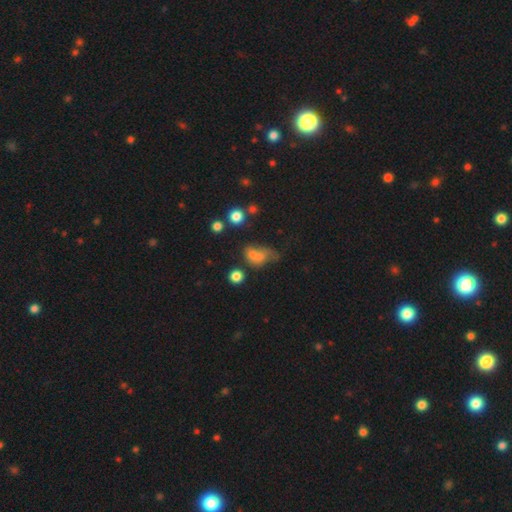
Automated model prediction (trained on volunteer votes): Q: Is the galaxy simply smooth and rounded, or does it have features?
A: smooth — 65%.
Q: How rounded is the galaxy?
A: in between — 60%.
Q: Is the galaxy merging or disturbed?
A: merger — 45%.